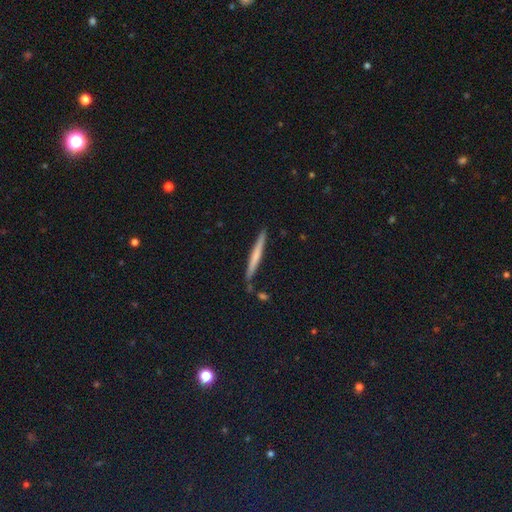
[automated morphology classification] A smooth galaxy with no disk features (55%) that is cigar-shaped (96%). Merging: none (85%).